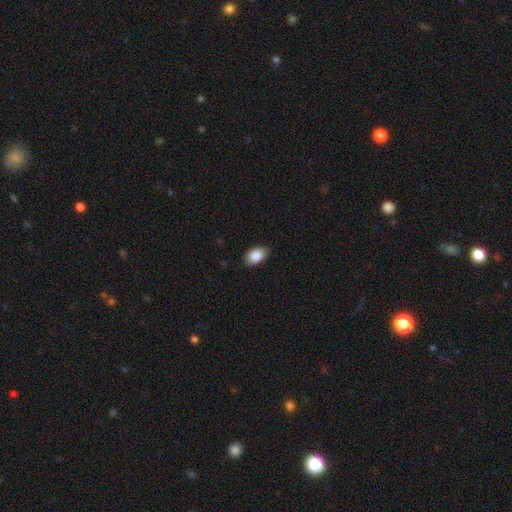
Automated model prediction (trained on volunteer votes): This is clearly a smooth galaxy (87%). How rounded: clearly in between (90%). Merging: clearly none (86%).